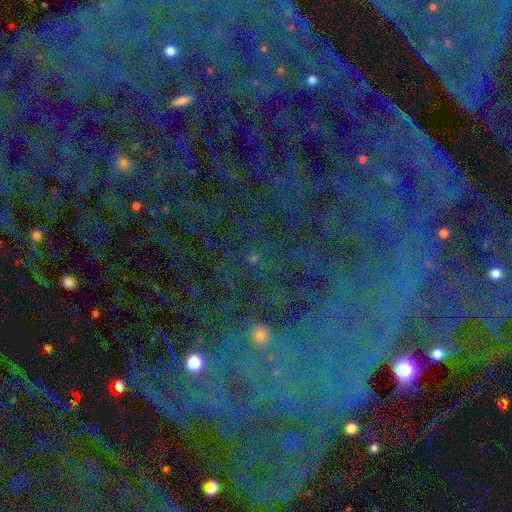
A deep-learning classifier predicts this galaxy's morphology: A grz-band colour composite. It shows a star or artifact, not a galaxy (81%).